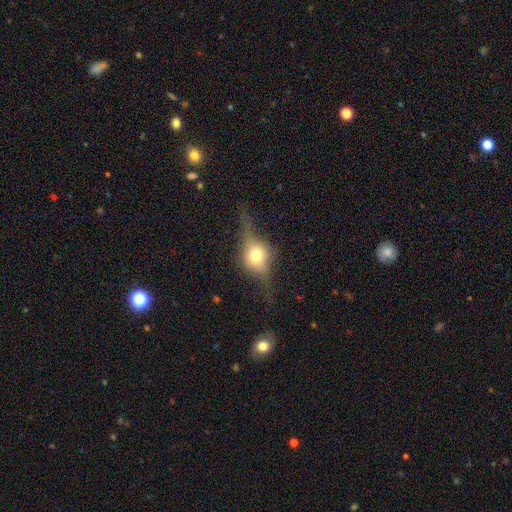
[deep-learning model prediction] Smooth or featured?
  - featured or disk: 55% *
  - smooth: 35%
  - star or artifact: 10%
Edge-on disk?
  - yes: 88% *
  - no: 12%
Merging?
  - none: 59% *
  - minor disturbance: 23%
  - major disturbance: 16%
  - merger: 2%